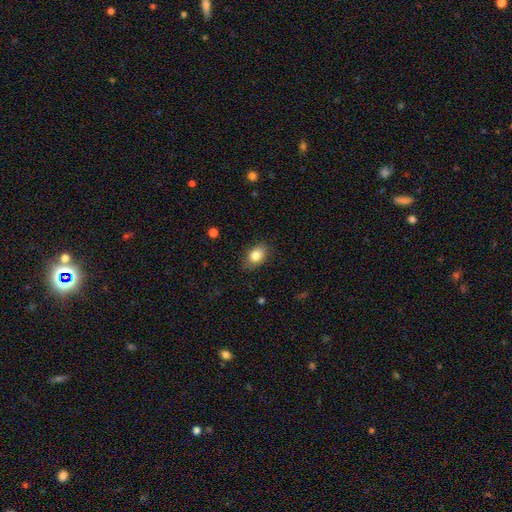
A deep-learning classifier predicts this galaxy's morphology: A smooth galaxy with no disk features (81%) that is in between round and cigar-shaped (80%). Merging: none (83%).